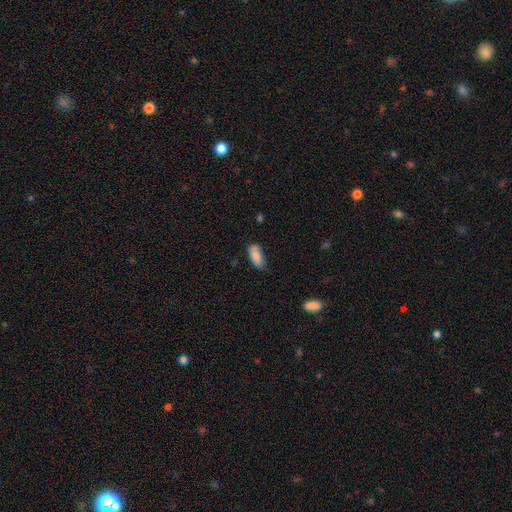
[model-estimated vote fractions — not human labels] Smooth or featured? Predicted: smooth (p=0.84). How rounded? Predicted: in between (p=0.85). Merging? Predicted: none (p=0.65).